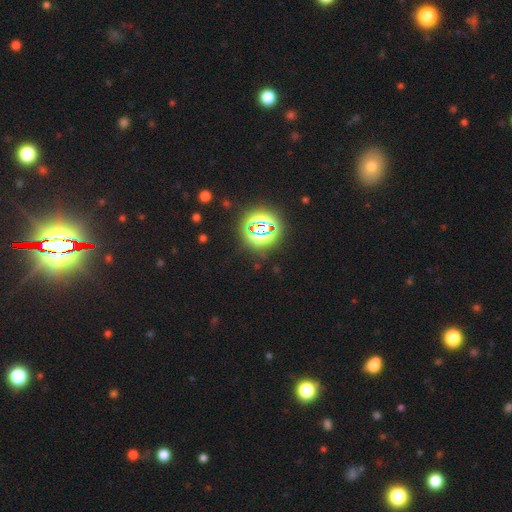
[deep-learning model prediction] Q: Smooth or featured?
A: star or artifact (80%); runner-up: smooth (13%)